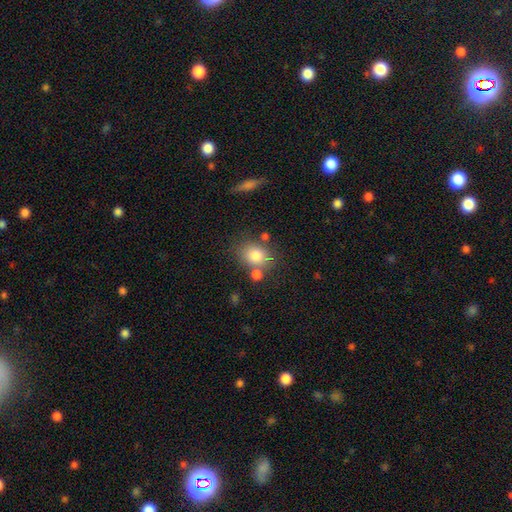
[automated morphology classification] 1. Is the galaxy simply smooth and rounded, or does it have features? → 80% smooth, 10% featured or disk, 10% star or artifact.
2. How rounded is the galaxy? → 50% round, 48% in between, 1% cigar-shaped.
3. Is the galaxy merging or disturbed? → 64% none, 16% merger, 14% minor disturbance, 5% major disturbance.